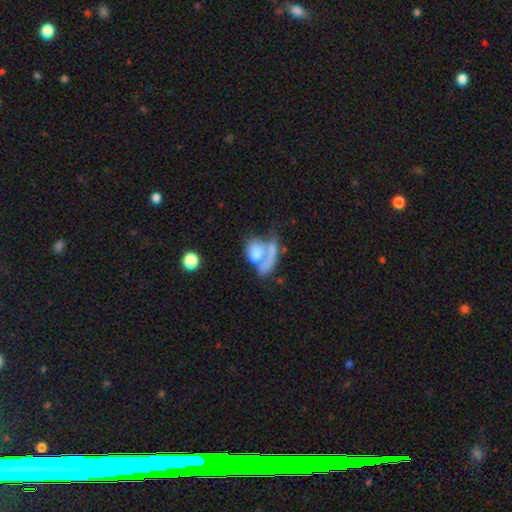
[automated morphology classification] This is possibly a smooth galaxy (52%). How rounded: likely in between (63%). Merging: marginally merger (45%).